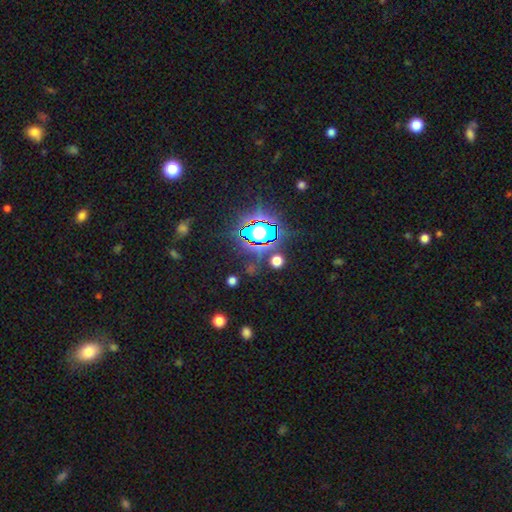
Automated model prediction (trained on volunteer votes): smooth_or_featured: star or artifact (p=0.81) [alt: smooth p=0.11]